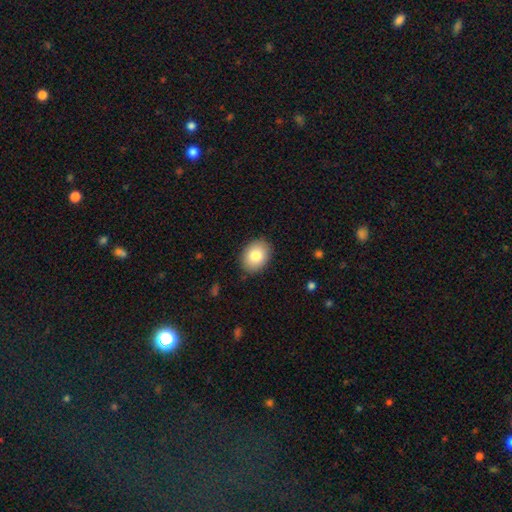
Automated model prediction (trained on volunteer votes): Smooth or featured? smooth (83%)
How rounded? in between (64%)
Merging? none (88%)